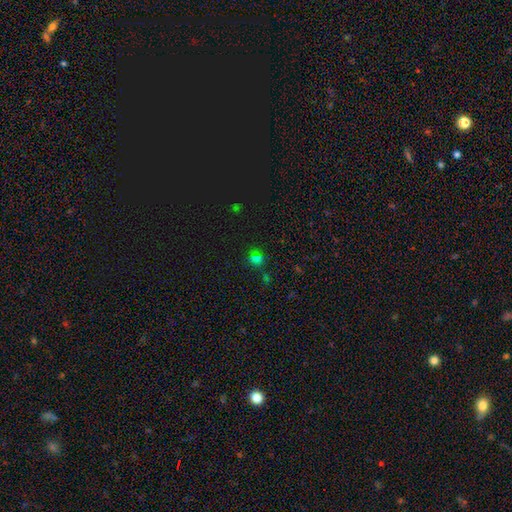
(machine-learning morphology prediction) A smooth galaxy with no disk features (58%) that is round (72%). Merging: none (75%).